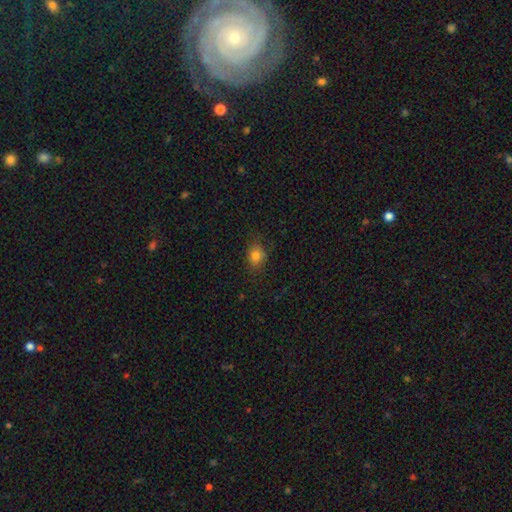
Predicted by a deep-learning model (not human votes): This is clearly a smooth galaxy (80%). How rounded: possibly in between (54%). Merging: likely none (77%).